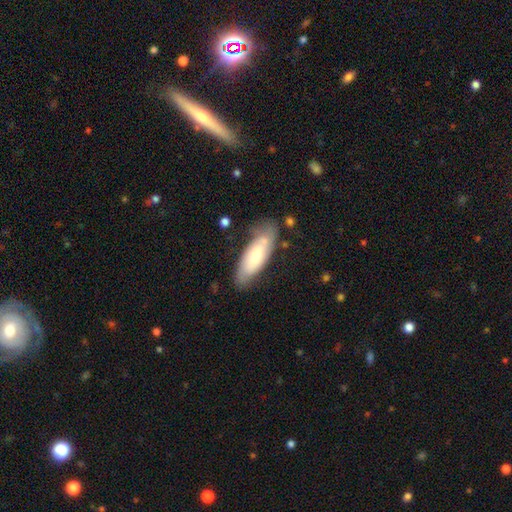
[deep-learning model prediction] smooth_or_featured: smooth (p=0.55) [alt: featured or disk p=0.39]
how_rounded: in between (p=0.64) [alt: cigar-shaped p=0.34]
merging: none (p=0.71) [alt: minor disturbance p=0.21]